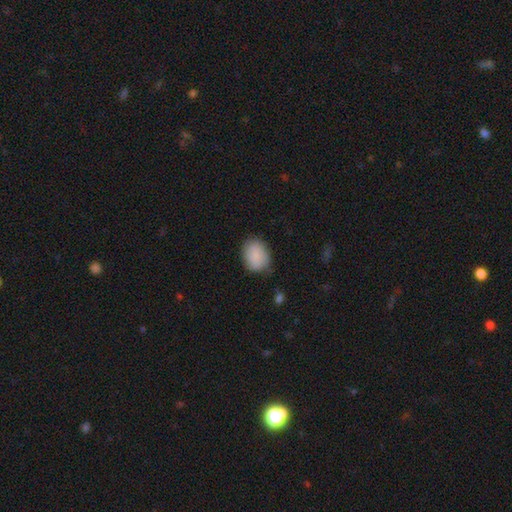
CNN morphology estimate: Q: Smooth or featured?
A: smooth (86%); runner-up: featured or disk (8%)
Q: How rounded?
A: in between (65%); runner-up: round (34%)
Q: Merging?
A: none (75%); runner-up: minor disturbance (19%)